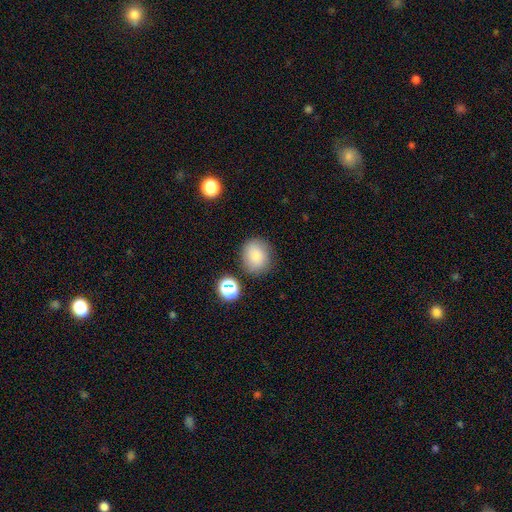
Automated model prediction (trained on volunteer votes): A smooth galaxy with no disk features (81%) that is round (76%). Merging: none (79%).